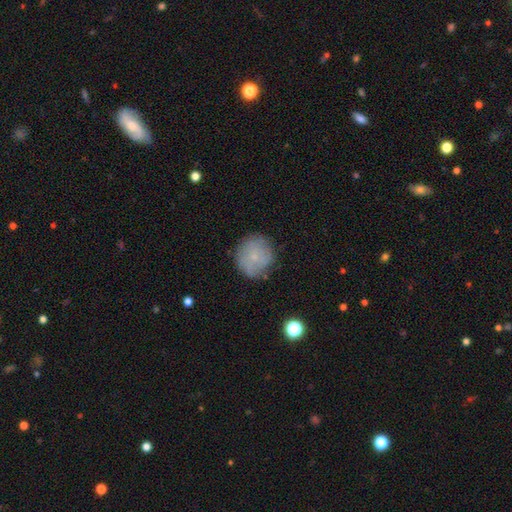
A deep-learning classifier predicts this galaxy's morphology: Smooth or featured? smooth (64%)
How rounded? round (91%)
Merging? none (74%)